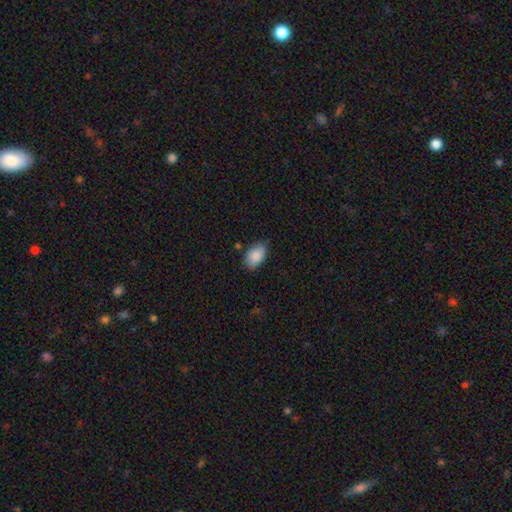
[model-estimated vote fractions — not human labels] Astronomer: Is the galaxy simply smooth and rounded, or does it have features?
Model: smooth — 88%.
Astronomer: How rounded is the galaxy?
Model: in between — 89%.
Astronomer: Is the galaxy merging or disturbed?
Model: none — 74%.